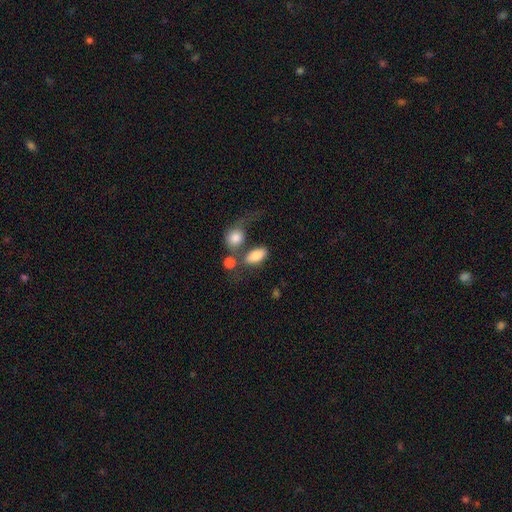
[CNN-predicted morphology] Q: Smooth or featured?
A: smooth (83%); runner-up: featured or disk (10%)
Q: How rounded?
A: in between (87%); runner-up: round (8%)
Q: Merging?
A: none (43%); runner-up: merger (31%)